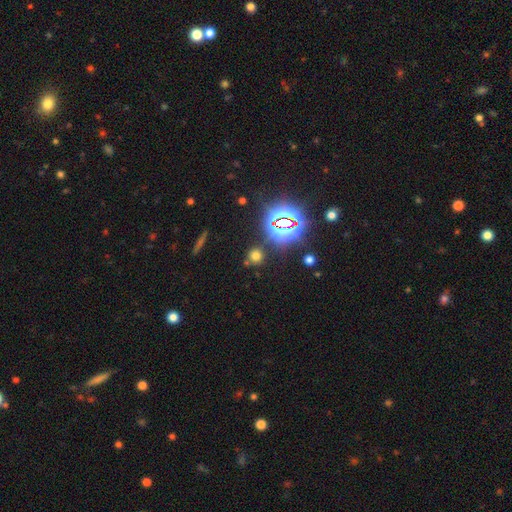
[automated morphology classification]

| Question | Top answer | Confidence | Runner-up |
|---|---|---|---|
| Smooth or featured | smooth | 55% | star or artifact (36%) |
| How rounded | round | 86% | in between (12%) |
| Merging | none | 79% | minor disturbance (10%) |